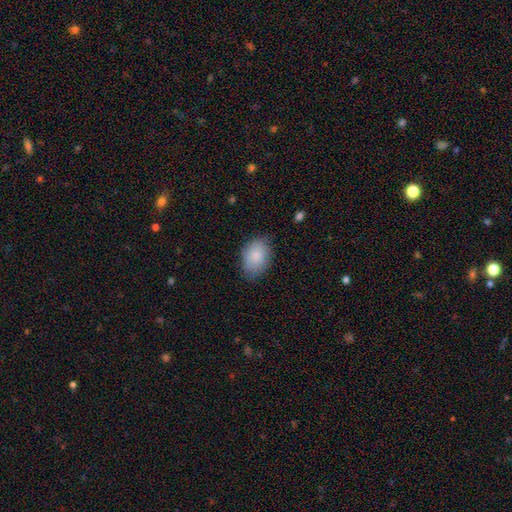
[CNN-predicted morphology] Overall: smooth (84%). How rounded: in between (77%). Merging: none (73%).